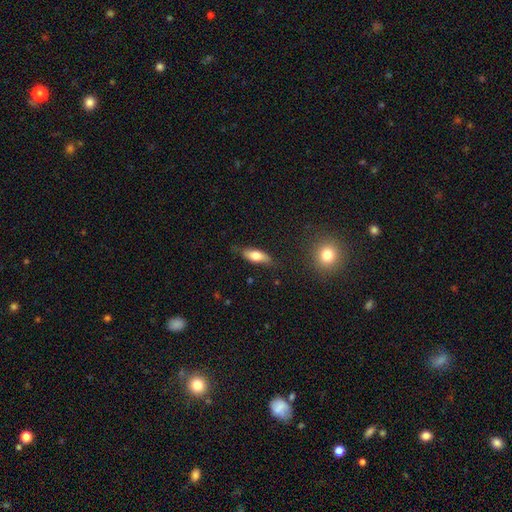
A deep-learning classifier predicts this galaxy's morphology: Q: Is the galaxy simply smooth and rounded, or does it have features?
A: smooth — 71%.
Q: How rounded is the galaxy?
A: in between — 69%.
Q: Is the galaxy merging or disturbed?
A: none — 76%.